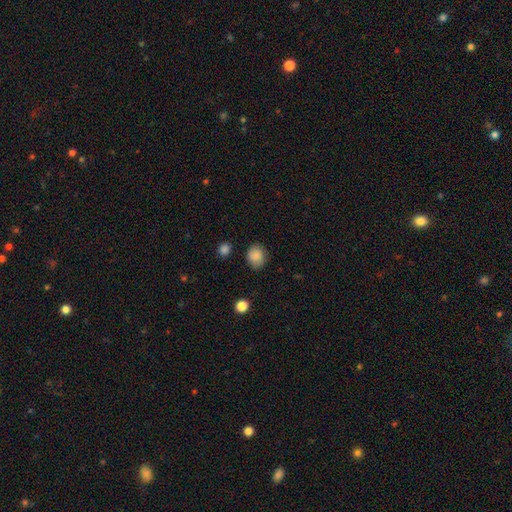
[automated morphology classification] type=smooth (87%); roundness=round (64%); merging=none (78%).